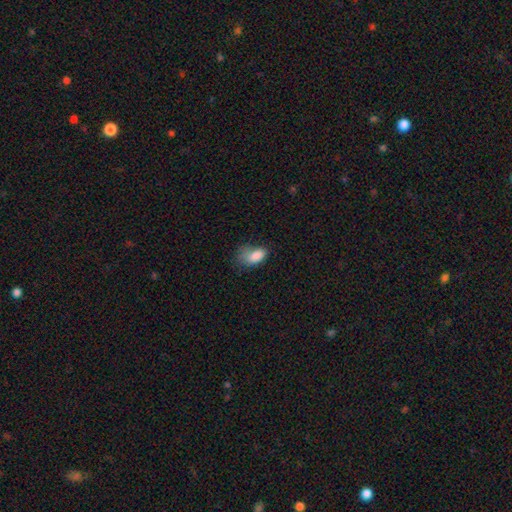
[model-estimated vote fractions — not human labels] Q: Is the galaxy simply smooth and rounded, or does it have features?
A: smooth — 82%.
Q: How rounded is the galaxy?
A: in between — 91%.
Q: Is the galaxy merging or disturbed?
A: minor disturbance — 35%.